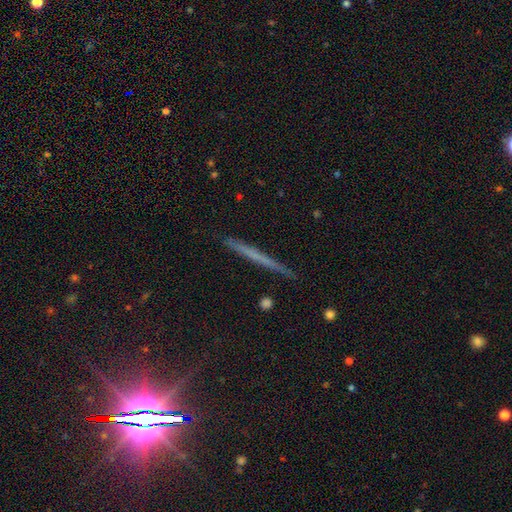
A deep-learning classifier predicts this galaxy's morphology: Smooth or featured: featured or disk — 48% (smooth — 41%)
Merging: none — 90% (minor disturbance — 7%)